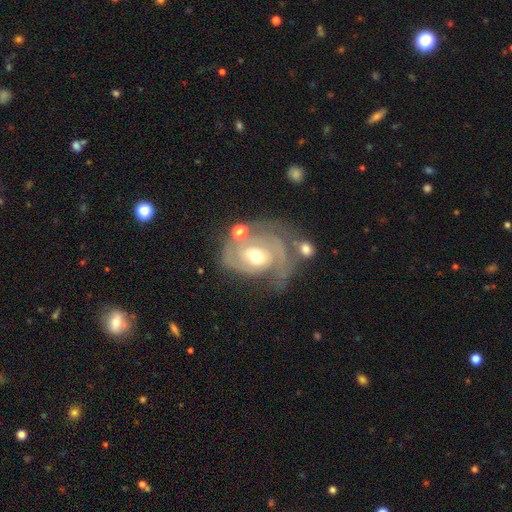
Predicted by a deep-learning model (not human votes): This is clearly a featured or disk galaxy (84%). It is clearly not viewed edge-on (97%). Bar: marginally weak (45%). Spiral arm pattern: clearly yes (92%). Spiral arm count: possibly 2 (46%). Spiral winding: possibly tight (59%). Central bulge: likely moderate (68%). Merging: marginally none (43%).